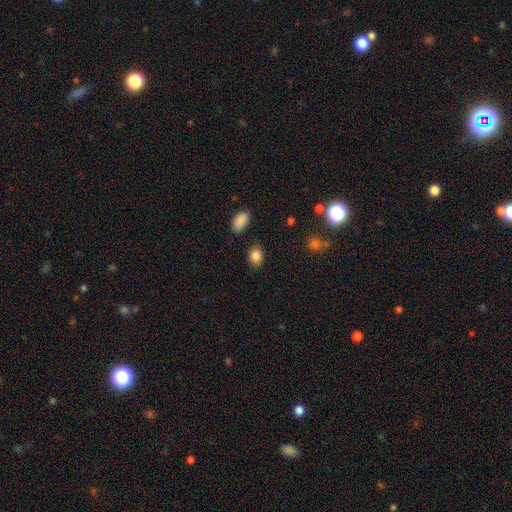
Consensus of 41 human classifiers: Morphology: type=smooth (88%); roundness=in between (78%); merging=none (70%).